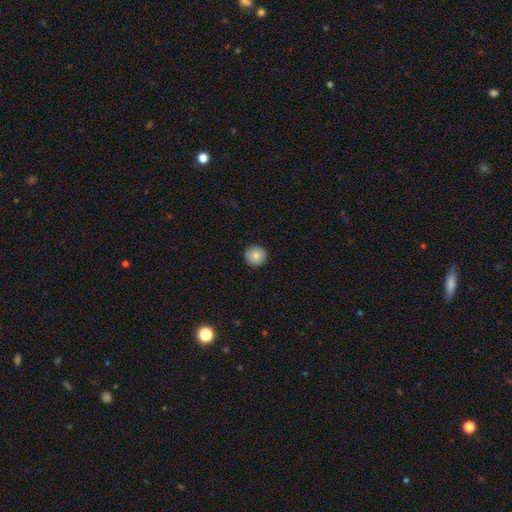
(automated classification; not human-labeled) Q: Smooth or featured?
A: smooth (83%); runner-up: featured or disk (9%)
Q: How rounded?
A: round (96%); runner-up: in between (3%)
Q: Merging?
A: none (92%); runner-up: minor disturbance (6%)